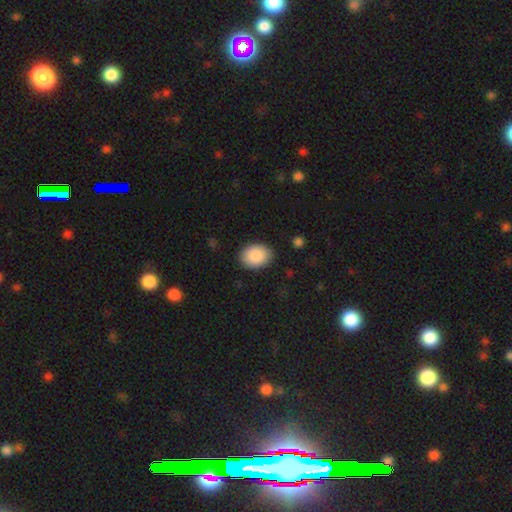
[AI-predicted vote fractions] Smooth or featured? Predicted: smooth (p=0.89). How rounded? Predicted: in between (p=0.70). Merging? Predicted: none (p=0.87).